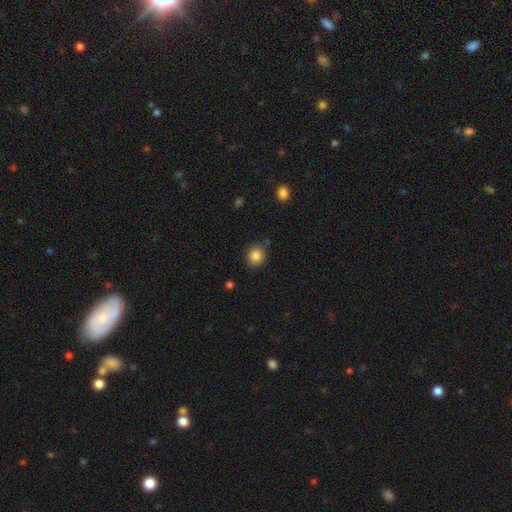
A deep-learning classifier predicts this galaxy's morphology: This appears to be a smooth galaxy with no disk features (85%) that is round (76%). Merging: none (83%).